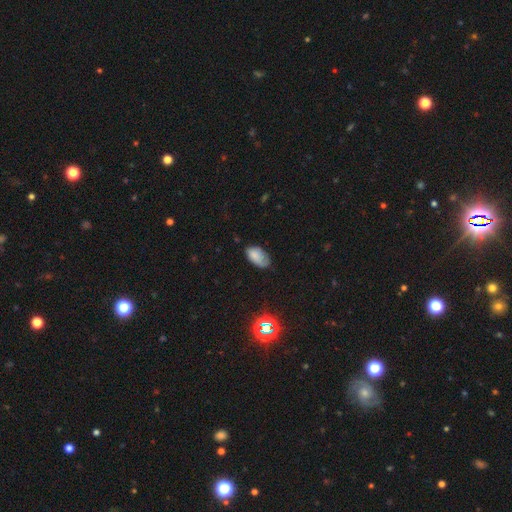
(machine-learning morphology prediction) This is likely a smooth galaxy (79%). How rounded: clearly in between (93%). Merging: possibly none (59%).